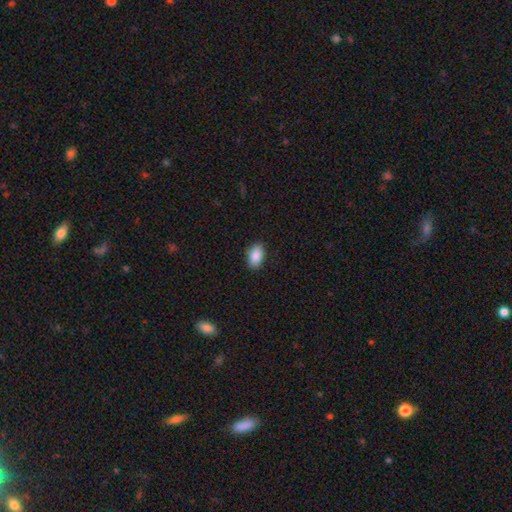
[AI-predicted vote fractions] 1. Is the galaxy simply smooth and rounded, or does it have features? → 89% smooth, 7% star or artifact, 4% featured or disk.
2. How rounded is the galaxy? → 91% in between, 8% round, 2% cigar-shaped.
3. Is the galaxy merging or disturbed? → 86% none, 10% minor disturbance, 2% major disturbance, 1% merger.